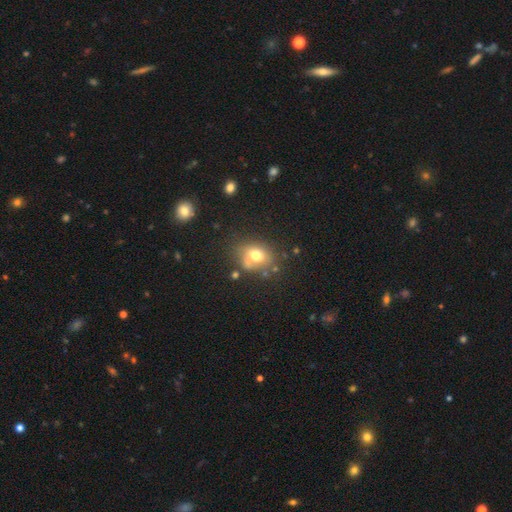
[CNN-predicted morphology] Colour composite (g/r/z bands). It shows a smooth galaxy with no disk features (70%) that is in between round and cigar-shaped (50%). Merging: none (56%).